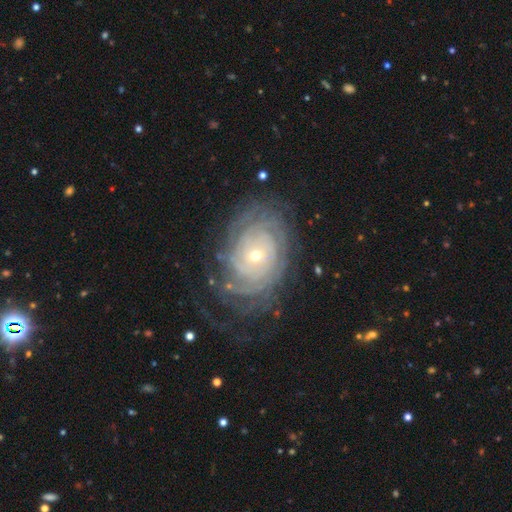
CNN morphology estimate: A featured or disk galaxy (87%) with no bar (79%), tight (84%) spiral arms (96%) and a small central bulge (65%). Merging: none (72%).